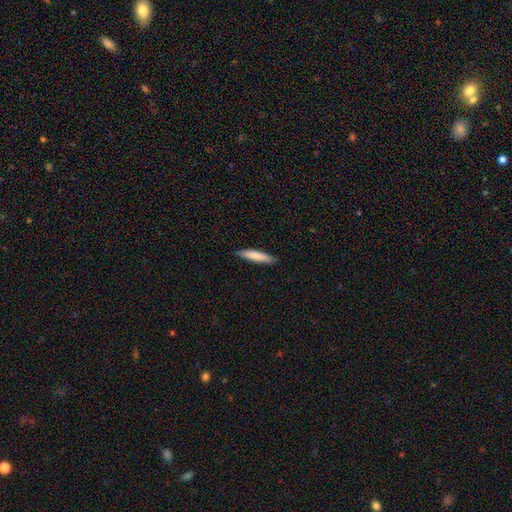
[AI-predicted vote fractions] smooth-or-featured: smooth: 79% | featured or disk: 16% | star or artifact: 5%
  how-rounded: cigar-shaped: 87% | in between: 12% | round: 1%
  merging: none: 88% | minor disturbance: 9% | major disturbance: 2% | merger: 1%